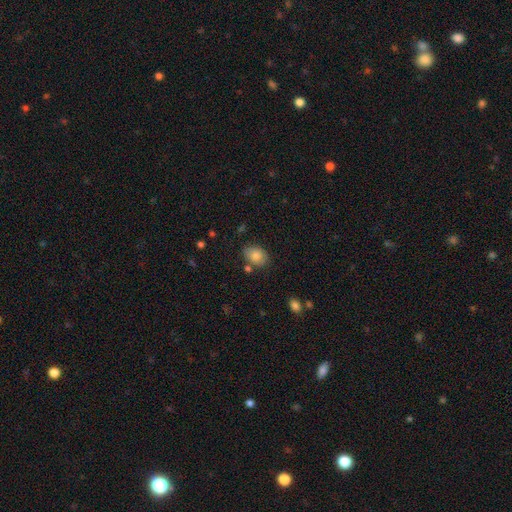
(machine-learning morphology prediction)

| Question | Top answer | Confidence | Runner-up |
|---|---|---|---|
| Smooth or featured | smooth | 82% | featured or disk (9%) |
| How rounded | in between | 74% | round (25%) |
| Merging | none | 77% | minor disturbance (14%) |